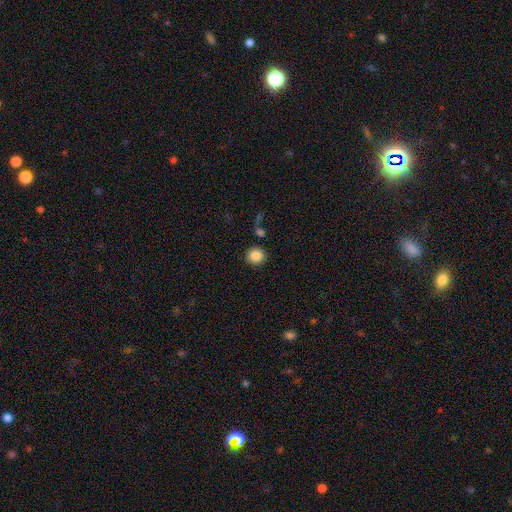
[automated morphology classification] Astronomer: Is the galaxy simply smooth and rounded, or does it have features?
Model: smooth — 87%.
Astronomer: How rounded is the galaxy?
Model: round — 90%.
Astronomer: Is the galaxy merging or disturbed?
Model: none — 87%.